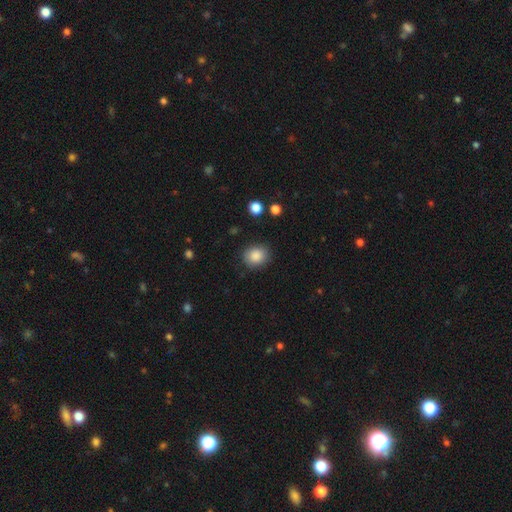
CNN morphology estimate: smooth-or-featured: smooth: 86% | star or artifact: 9% | featured or disk: 5%
  how-rounded: round: 71% | in between: 28% | cigar-shaped: 1%
  merging: none: 86% | minor disturbance: 10% | major disturbance: 3% | merger: 1%